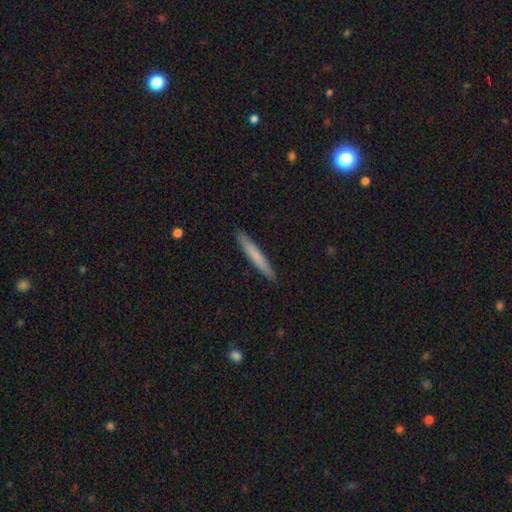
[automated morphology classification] type=smooth (72%); roundness=cigar-shaped (96%); merging=none (92%).